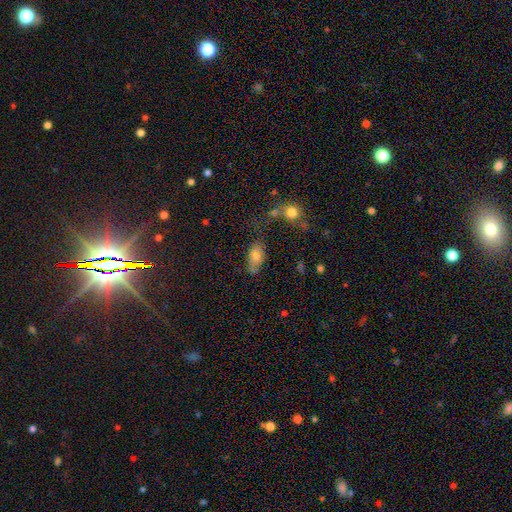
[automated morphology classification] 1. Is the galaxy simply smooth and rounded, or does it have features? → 76% smooth, 13% featured or disk, 10% star or artifact.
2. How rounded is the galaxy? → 88% in between, 7% cigar-shaped, 6% round.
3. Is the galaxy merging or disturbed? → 53% none, 26% minor disturbance, 10% merger, 10% major disturbance.